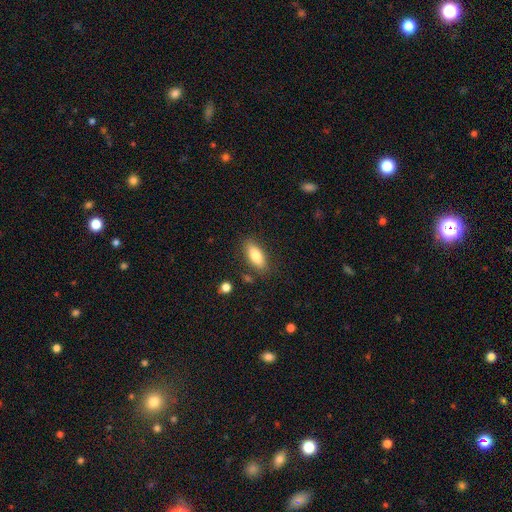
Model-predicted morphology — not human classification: A smooth galaxy with no disk features (80%) that is in between round and cigar-shaped (80%). Merging: none (82%).